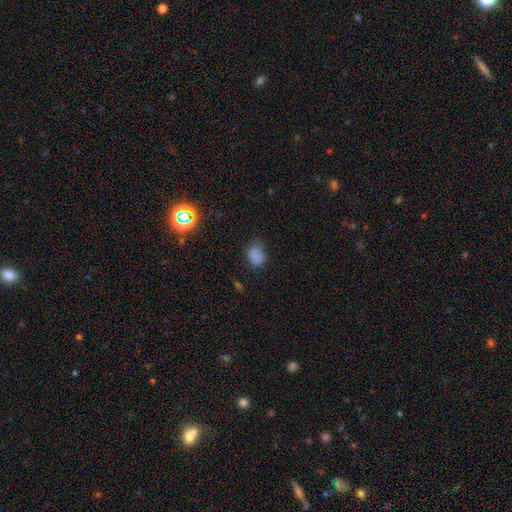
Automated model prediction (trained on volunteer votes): This appears to be a smooth galaxy with no disk features (80%) that is in between round and cigar-shaped (69%). Merging: none (64%).